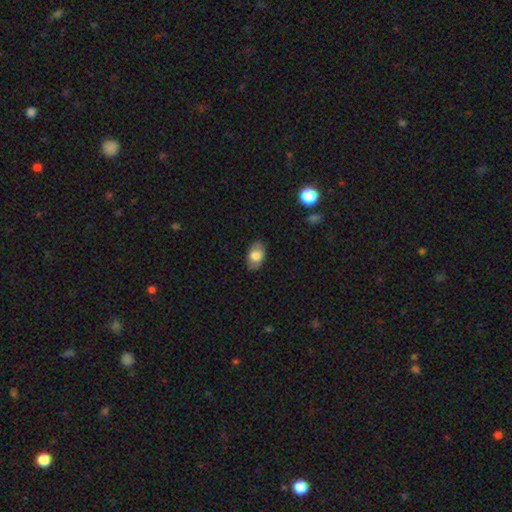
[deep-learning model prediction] Smooth or featured? Predicted: smooth (p=0.77). How rounded? Predicted: in between (p=0.90). Merging? Predicted: none (p=0.84).